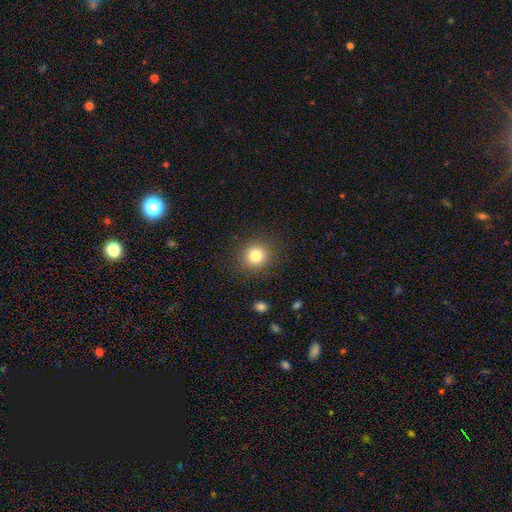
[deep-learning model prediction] The model was most divided on "smooth or featured": smooth: 81%, star or artifact: 12%, featured or disk: 7%. More confident: how rounded — round (90%); merging — none (89%).